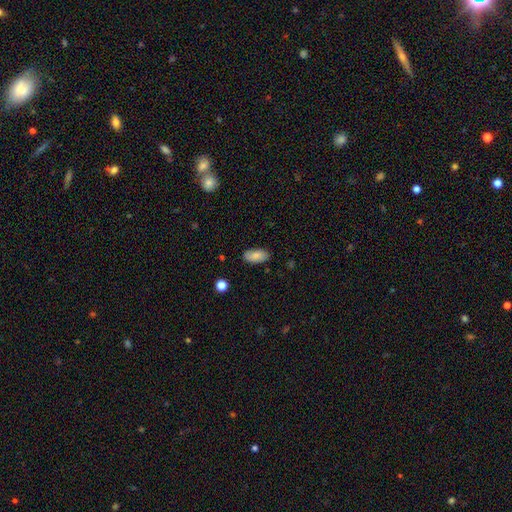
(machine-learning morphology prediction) Smooth or featured?
  - smooth: 84% *
  - featured or disk: 8%
  - star or artifact: 7%
How rounded?
  - in between: 92% *
  - cigar-shaped: 5%
  - round: 3%
Merging?
  - none: 83% *
  - minor disturbance: 13%
  - major disturbance: 3%
  - merger: 1%